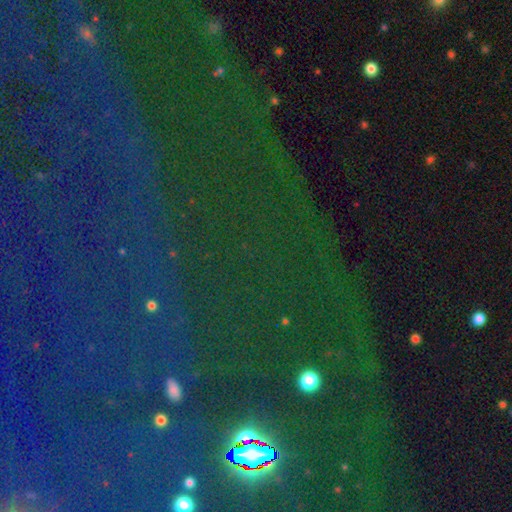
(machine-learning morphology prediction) A star or artifact, not a galaxy (85%).